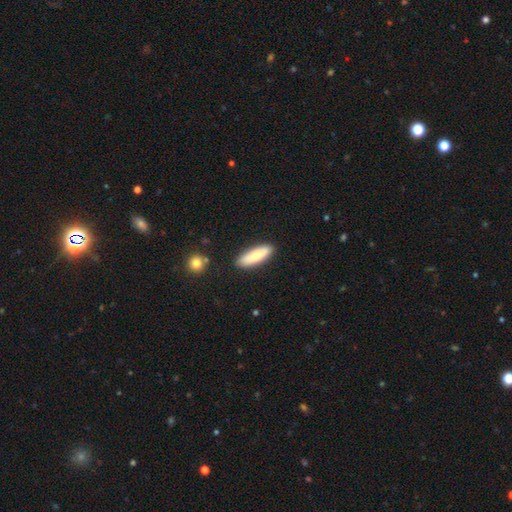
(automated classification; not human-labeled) Smooth or featured: smooth — 78% (featured or disk — 17%)
How rounded: cigar-shaped — 51% (in between — 48%)
Merging: none — 87% (minor disturbance — 9%)